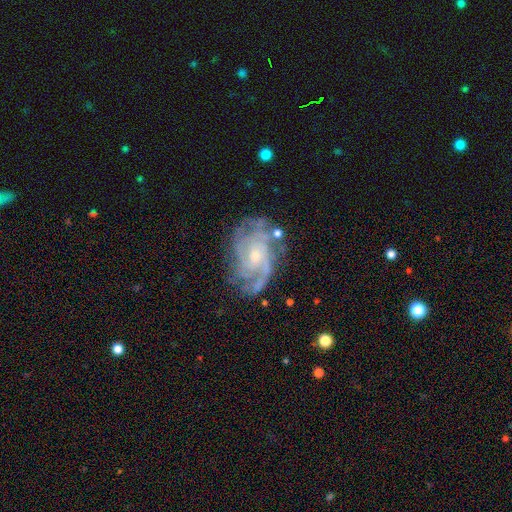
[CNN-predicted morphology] Overall: featured or disk (88%). Edge-on disk: no (97%). Bar: no (65%; weak 30%). Spiral arms: yes (97%). Spiral arm count: 3 (28%; can't tell 25%). Spiral winding: tight (57%; medium 36%). Bulge size: small (58%; moderate 37%). Merging: none (69%).